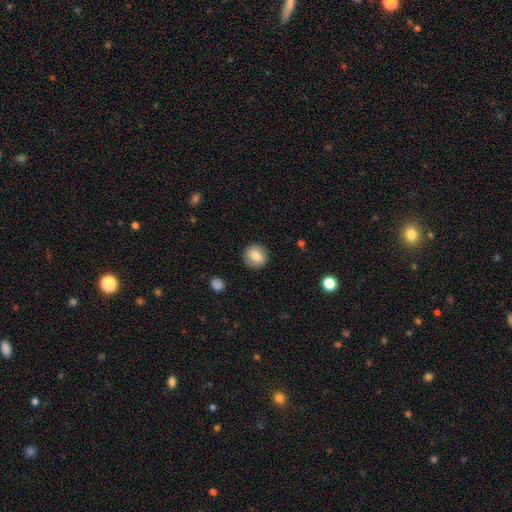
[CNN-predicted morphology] Q: Smooth or featured?
A: smooth (82%); runner-up: featured or disk (10%)
Q: How rounded?
A: round (90%); runner-up: in between (9%)
Q: Merging?
A: none (90%); runner-up: minor disturbance (7%)